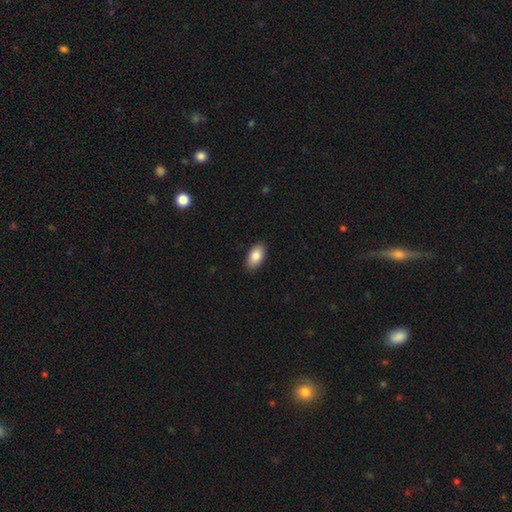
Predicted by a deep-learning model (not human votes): A smooth galaxy with no disk features (86%) that is in between round and cigar-shaped (94%). Merging: none (88%).